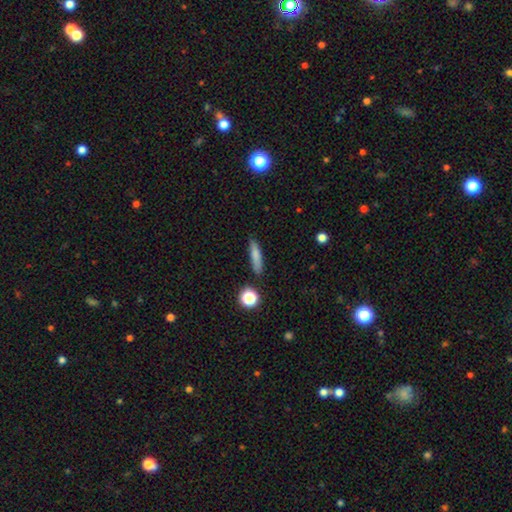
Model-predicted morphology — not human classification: This is likely a smooth galaxy (78%). How rounded: likely cigar-shaped (76%). Merging: clearly none (84%).